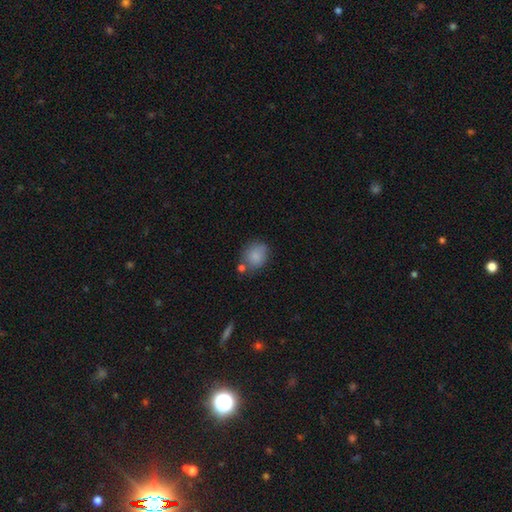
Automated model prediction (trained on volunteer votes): smooth-or-featured: smooth: 84% | star or artifact: 8% | featured or disk: 7%
  how-rounded: round: 68% | in between: 31% | cigar-shaped: 1%
  merging: none: 63% | minor disturbance: 18% | merger: 14% | major disturbance: 5%